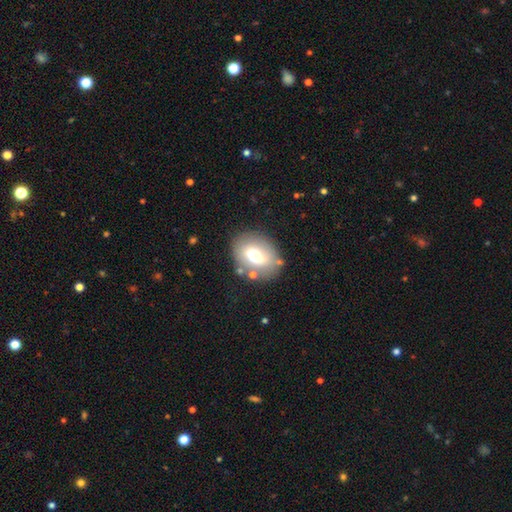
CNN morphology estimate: Overall: smooth (64%; featured or disk 27%). How rounded: in between (71%). Merging: none (75%).